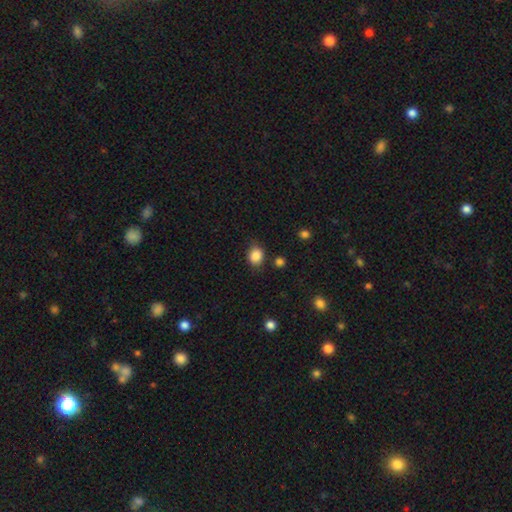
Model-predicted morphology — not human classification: A smooth galaxy with no disk features (86%) that is round (58%).

Vote fractions:
- Smooth or featured? smooth: 86% / star or artifact: 10% / featured or disk: 5%
- How rounded? round: 58% / in between: 41% / cigar-shaped: 1%
- Merging? none: 74% / minor disturbance: 18% / major disturbance: 5% / merger: 3%